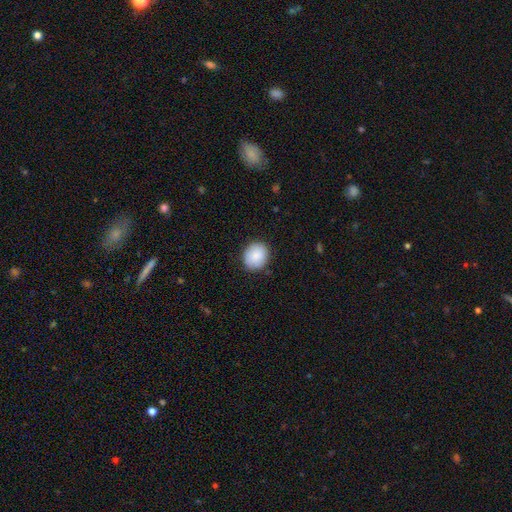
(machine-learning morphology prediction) This appears to be a smooth galaxy with no disk features (87%) that is round (75%). Merging: none (86%).